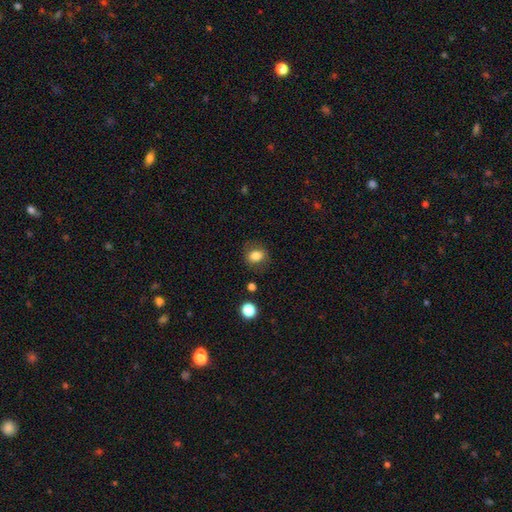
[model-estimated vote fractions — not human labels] Smooth or featured? Predicted: smooth (p=0.81). How rounded? Predicted: round (p=0.51). Merging? Predicted: none (p=0.79).